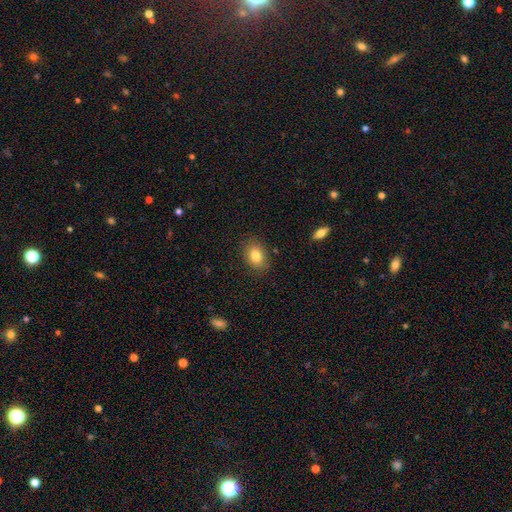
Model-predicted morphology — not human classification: This is clearly a smooth galaxy (81%). How rounded: likely in between (68%). Merging: clearly none (84%).